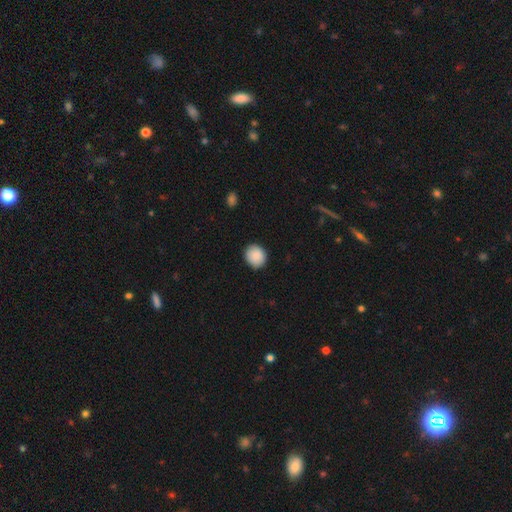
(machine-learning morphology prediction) smooth_or_featured: smooth (p=0.89) [alt: star or artifact p=0.07]
how_rounded: round (p=0.82) [alt: in between p=0.17]
merging: none (p=0.89) [alt: minor disturbance p=0.08]